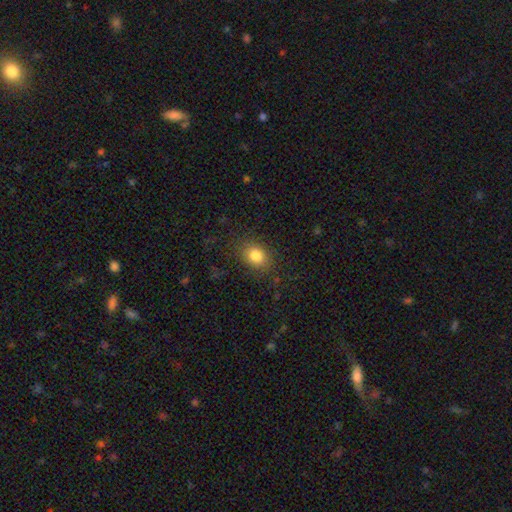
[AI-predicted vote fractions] smooth 83%, star or artifact 10%, featured or disk 7%. Down the decision tree: how rounded — in between (57%); merging — none (82%).